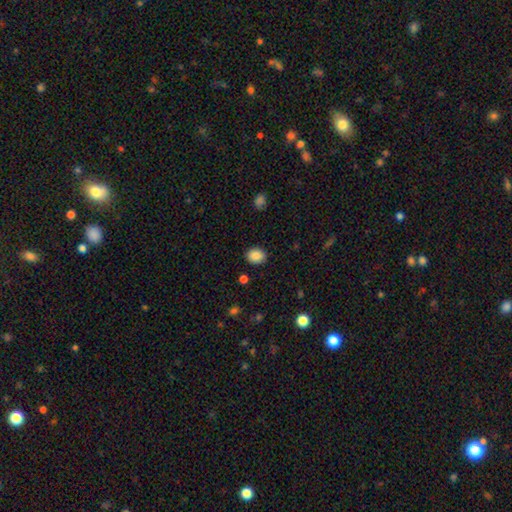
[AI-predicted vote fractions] A smooth galaxy with no disk features (86%) that is round (51%). Merging: none (88%).